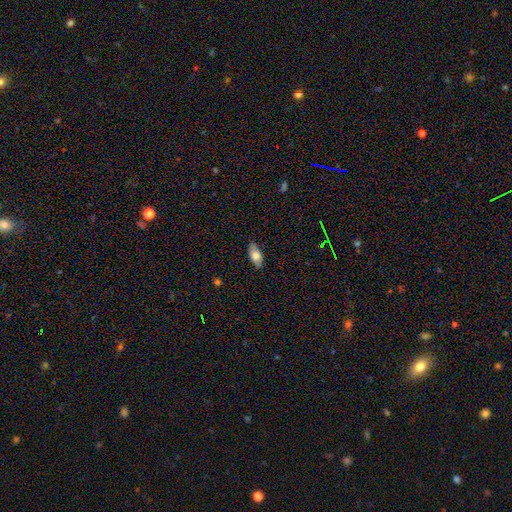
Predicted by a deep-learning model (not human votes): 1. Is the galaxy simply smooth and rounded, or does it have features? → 73% smooth, 20% featured or disk, 7% star or artifact.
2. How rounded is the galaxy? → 89% in between, 8% cigar-shaped, 3% round.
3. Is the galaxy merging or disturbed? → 84% none, 13% minor disturbance, 2% major disturbance, 1% merger.